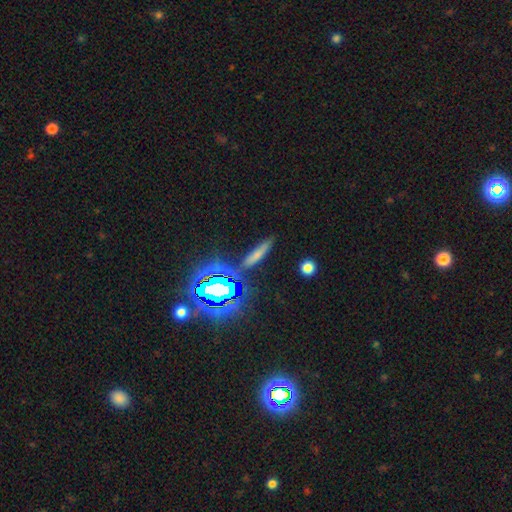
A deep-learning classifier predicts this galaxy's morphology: Q: Smooth or featured?
A: smooth (47%); runner-up: star or artifact (32%)
Q: Merging?
A: none (82%); runner-up: minor disturbance (11%)